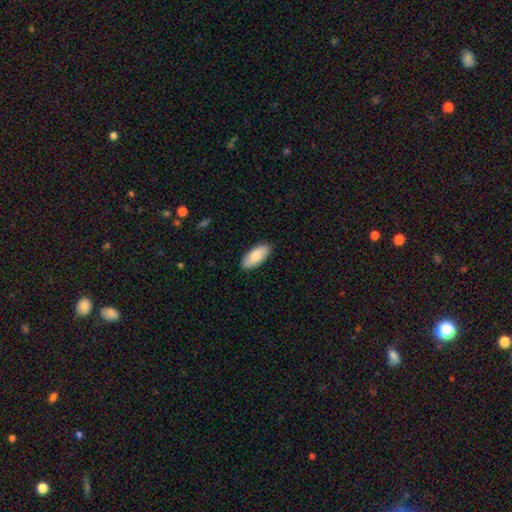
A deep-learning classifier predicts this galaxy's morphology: smooth_or_featured: smooth (p=0.83) [alt: featured or disk p=0.12]
how_rounded: in between (p=0.89) [alt: cigar-shaped p=0.09]
merging: none (p=0.89) [alt: minor disturbance p=0.09]